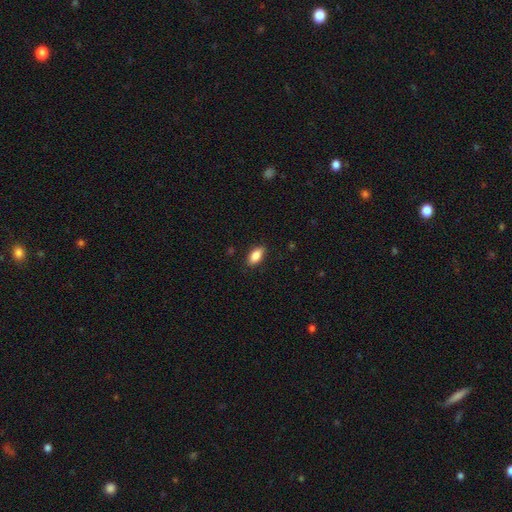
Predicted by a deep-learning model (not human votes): Overall: smooth (85%). How rounded: in between (89%). Merging: none (85%).